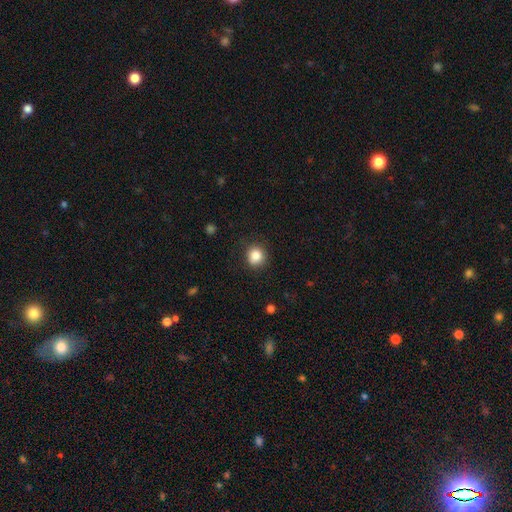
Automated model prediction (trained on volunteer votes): Smooth or featured: smooth — 85% (star or artifact — 10%)
How rounded: round — 87% (in between — 12%)
Merging: none — 86% (minor disturbance — 10%)